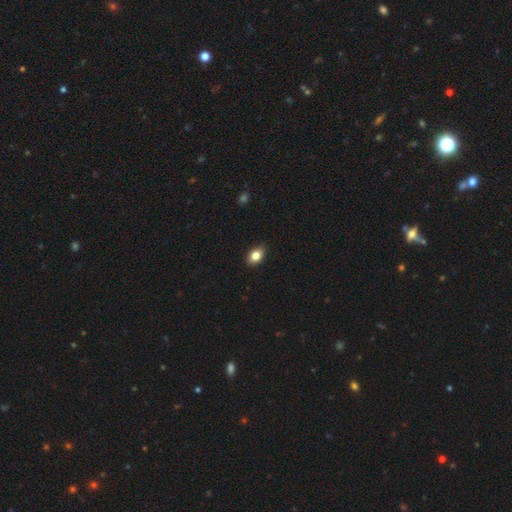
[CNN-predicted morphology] Overall: smooth (82%). How rounded: in between (81%). Merging: none (84%).